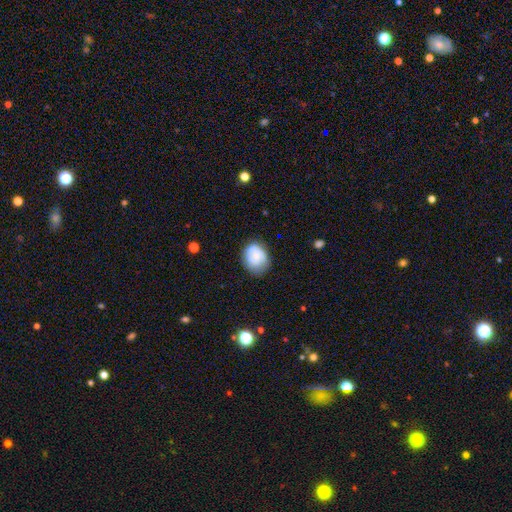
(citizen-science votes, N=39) A smooth galaxy with no disk features (82%) that is round (53%).

Vote fractions:
- Smooth or featured? smooth: 82% / featured or disk: 10% / star or artifact: 8%
- How rounded? round: 53% / in between: 47% / cigar-shaped: 0%
- Merging? none: 64% / minor disturbance: 31% / major disturbance: 6% / merger: 0%